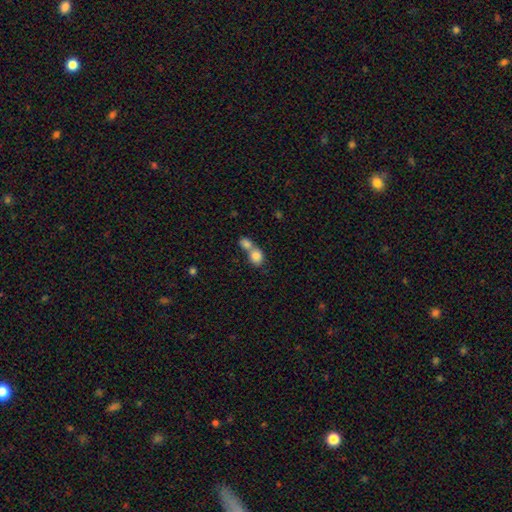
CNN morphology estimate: This appears to be a smooth galaxy with no disk features (81%) that is round (58%). Merging: merger (69%).